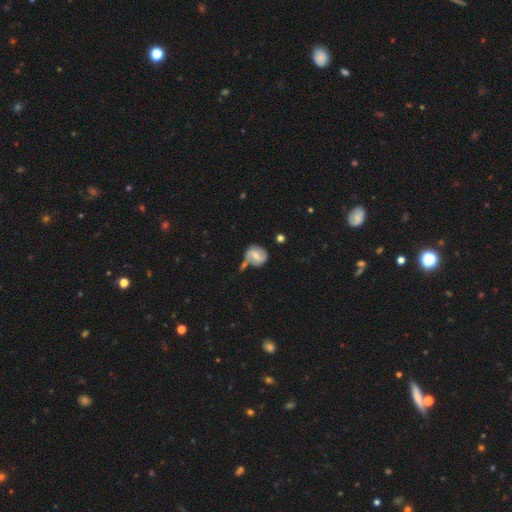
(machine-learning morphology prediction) type=featured or disk (53%); edge-on=no (97%); bar=weak (51%); spiral arms=yes (77%); bulge=moderate (49%); merging=none (50%).